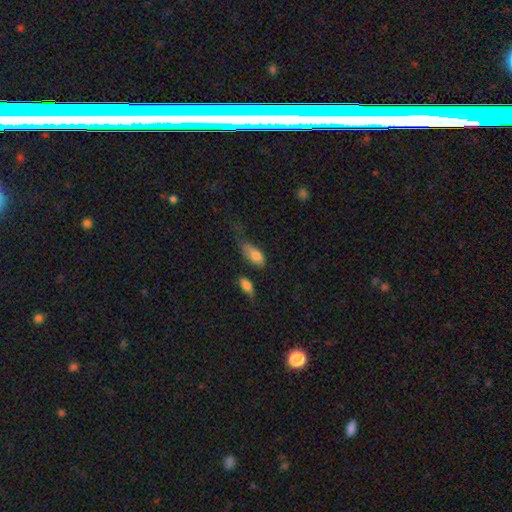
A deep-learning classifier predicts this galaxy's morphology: A smooth galaxy with no disk features (76%) that is in between round and cigar-shaped (82%).

Vote fractions:
- Smooth or featured? smooth: 76% / featured or disk: 16% / star or artifact: 8%
- How rounded? in between: 82% / cigar-shaped: 13% / round: 5%
- Merging? minor disturbance: 35% / none: 33% / major disturbance: 22% / merger: 10%